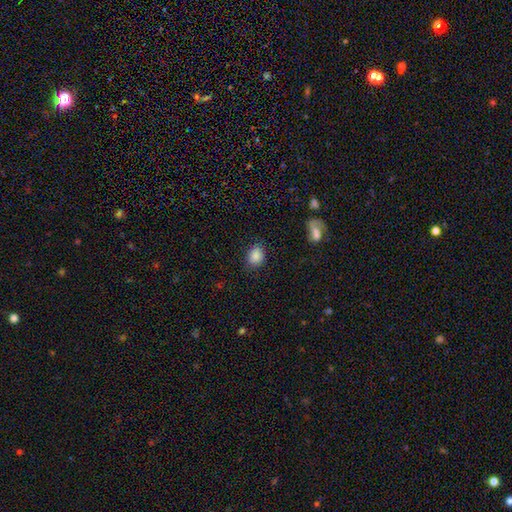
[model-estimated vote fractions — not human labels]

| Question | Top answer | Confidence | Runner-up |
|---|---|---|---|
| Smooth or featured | smooth | 86% | star or artifact (9%) |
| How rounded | in between | 55% | round (44%) |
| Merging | none | 81% | minor disturbance (13%) |